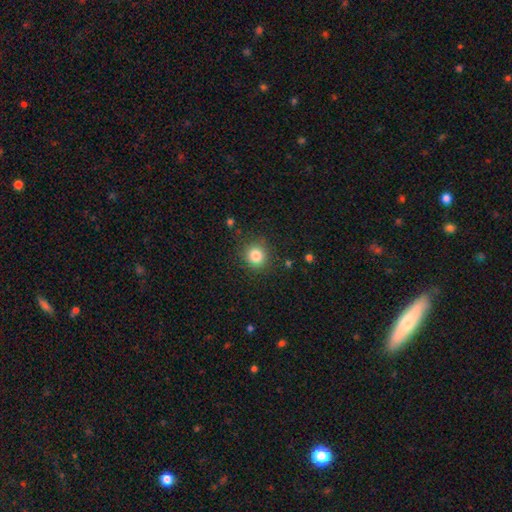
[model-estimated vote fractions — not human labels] Morphology: type=smooth (83%); roundness=round (89%); merging=none (87%).